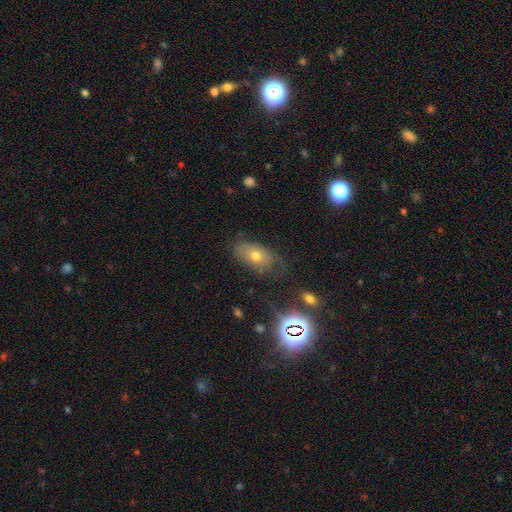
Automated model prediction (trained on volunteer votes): smooth-or-featured: smooth: 52% | featured or disk: 27% | star or artifact: 21%
  how-rounded: in between: 86% | round: 10% | cigar-shaped: 3%
  merging: none: 64% | minor disturbance: 24% | major disturbance: 10% | merger: 2%